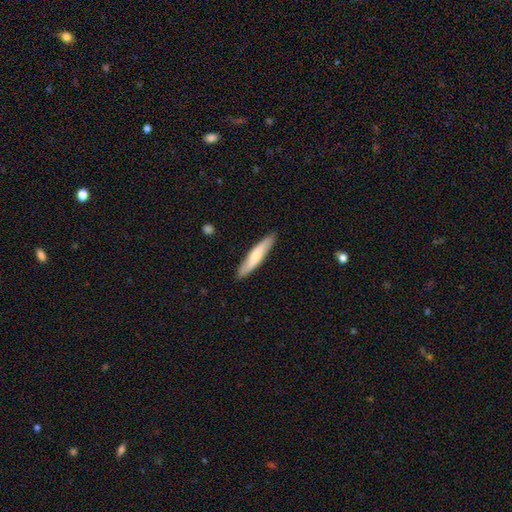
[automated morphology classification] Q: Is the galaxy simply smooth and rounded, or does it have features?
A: smooth — 64%.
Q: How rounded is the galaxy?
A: cigar-shaped — 87%.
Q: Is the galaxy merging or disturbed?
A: none — 88%.